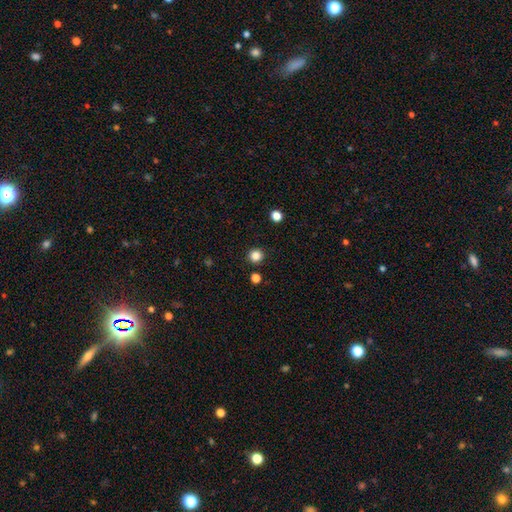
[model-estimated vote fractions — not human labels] smooth-or-featured: smooth: 85% | star or artifact: 12% | featured or disk: 3%
  how-rounded: round: 94% | in between: 5% | cigar-shaped: 1%
  merging: none: 92% | minor disturbance: 5% | merger: 2% | major disturbance: 2%